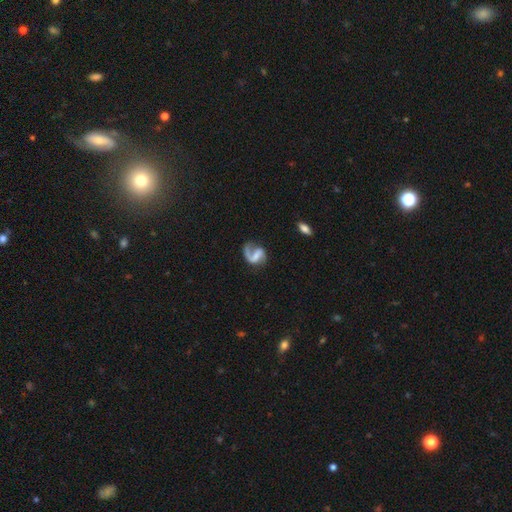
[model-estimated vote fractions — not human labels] featured or disk 81%, smooth 13%, star or artifact 6%. Down the decision tree: edge-on disk — no (98%); bar — weak (44%); spiral arms — yes (94%); spiral arm count — 2 (57%); spiral winding — loose (47%); bulge size — none (41%); merging — none (55%).